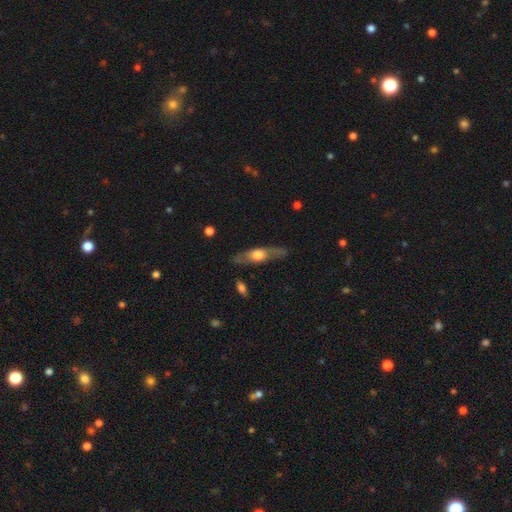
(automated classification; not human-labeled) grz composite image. It shows a featured or disk galaxy (61%) viewed edge-on (76%). Merging: none (79%).